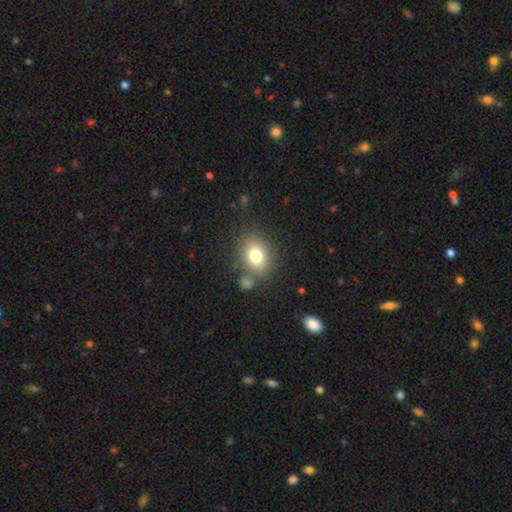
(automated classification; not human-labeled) Smooth or featured? Predicted: smooth (p=0.77). How rounded? Predicted: in between (p=0.51). Merging? Predicted: none (p=0.75).